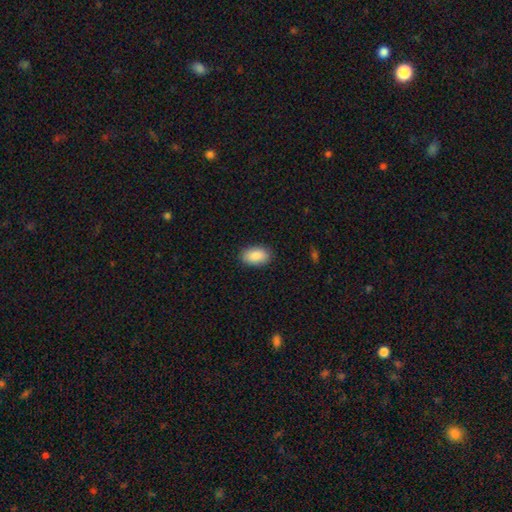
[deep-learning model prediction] Smooth or featured?
  - smooth: 90% *
  - star or artifact: 6%
  - featured or disk: 4%
How rounded?
  - in between: 93% *
  - round: 5%
  - cigar-shaped: 2%
Merging?
  - none: 88% *
  - minor disturbance: 9%
  - major disturbance: 2%
  - merger: 1%